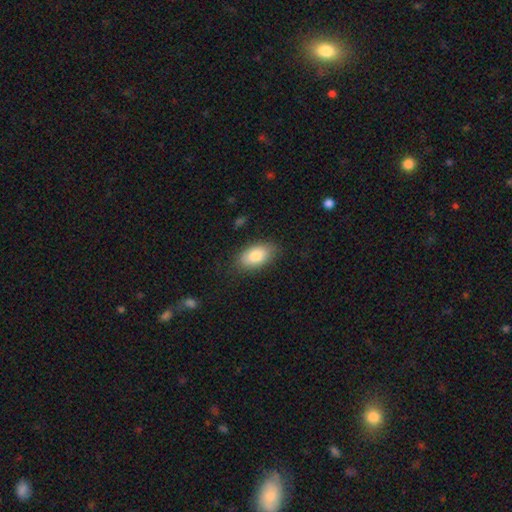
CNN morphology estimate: A smooth galaxy with no disk features (84%) that is in between round and cigar-shaped (92%). Merging: none (80%).